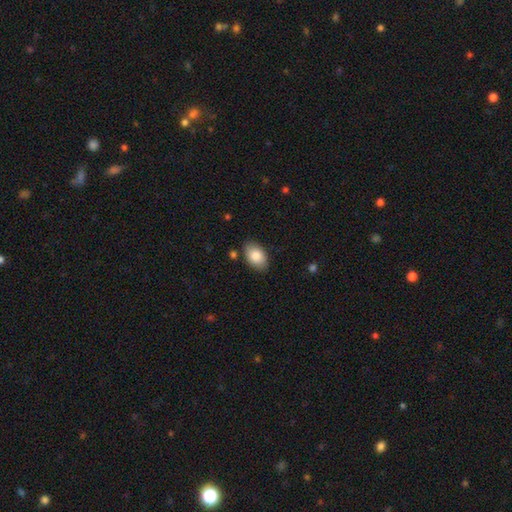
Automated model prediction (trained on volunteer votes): A smooth galaxy with no disk features (84%) that is in between round and cigar-shaped (91%).

Vote fractions:
- Smooth or featured? smooth: 84% / featured or disk: 9% / star or artifact: 6%
- How rounded? in between: 91% / round: 8% / cigar-shaped: 1%
- Merging? none: 84% / minor disturbance: 11% / major disturbance: 2% / merger: 2%